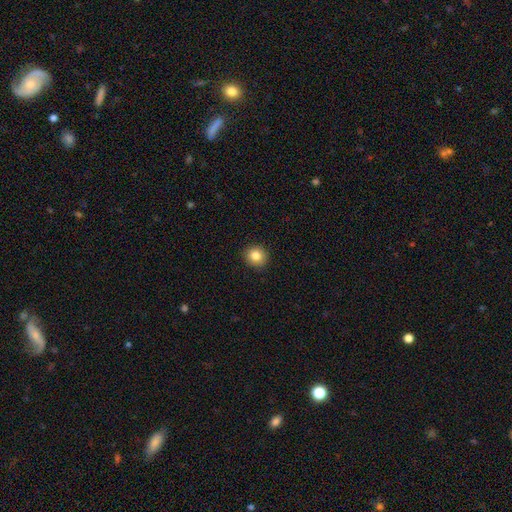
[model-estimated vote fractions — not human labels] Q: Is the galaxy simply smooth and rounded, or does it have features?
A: smooth — 83%.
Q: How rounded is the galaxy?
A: round — 90%.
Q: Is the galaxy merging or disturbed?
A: none — 92%.